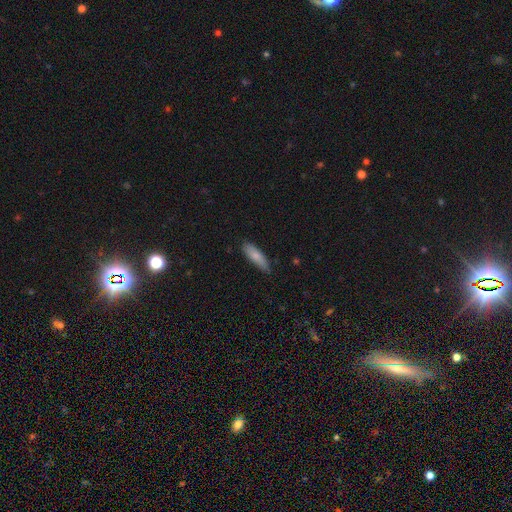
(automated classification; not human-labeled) A smooth galaxy with no disk features (78%) that is cigar-shaped (50%). Merging: none (79%).